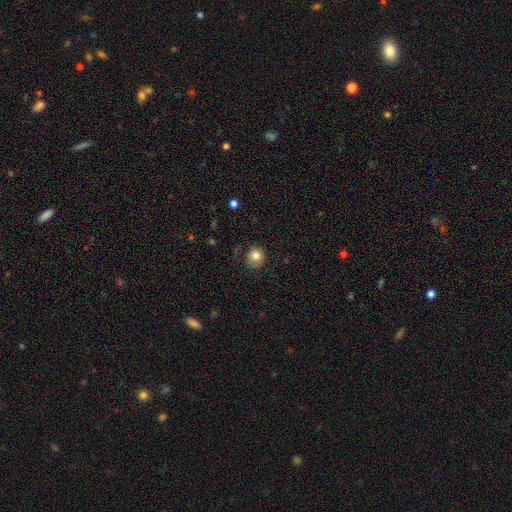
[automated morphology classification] smooth-or-featured: smooth: 81% | star or artifact: 10% | featured or disk: 9%
  how-rounded: round: 84% | in between: 15% | cigar-shaped: 1%
  merging: none: 74% | minor disturbance: 19% | major disturbance: 6% | merger: 1%